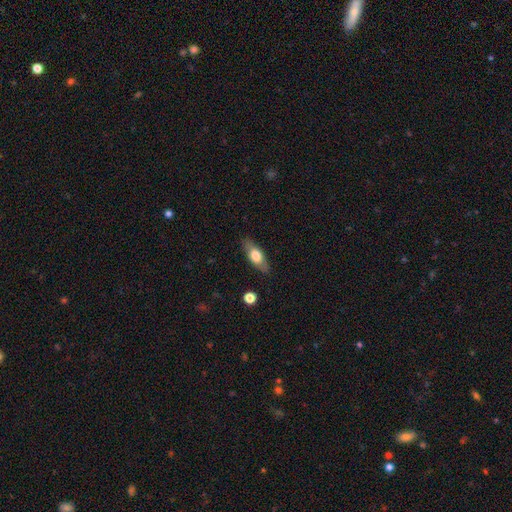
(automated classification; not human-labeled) The model was most divided on "smooth or featured": smooth: 61%, featured or disk: 33%, star or artifact: 6%. More confident: merging — none (83%); how rounded — in between (72%).